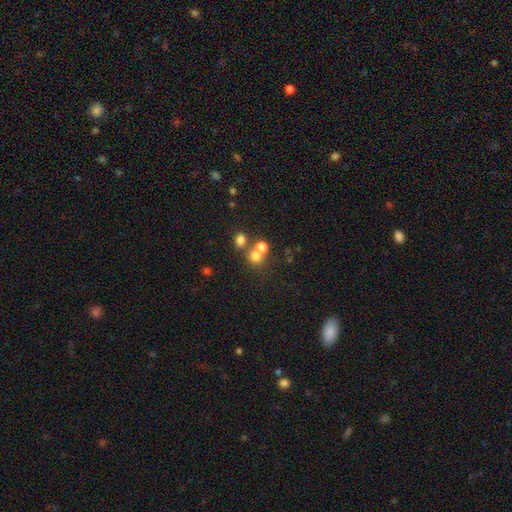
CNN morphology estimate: smooth_or_featured: smooth (p=0.70) [alt: star or artifact p=0.17]
how_rounded: round (p=0.80) [alt: in between p=0.19]
merging: none (p=0.47) [alt: merger p=0.41]